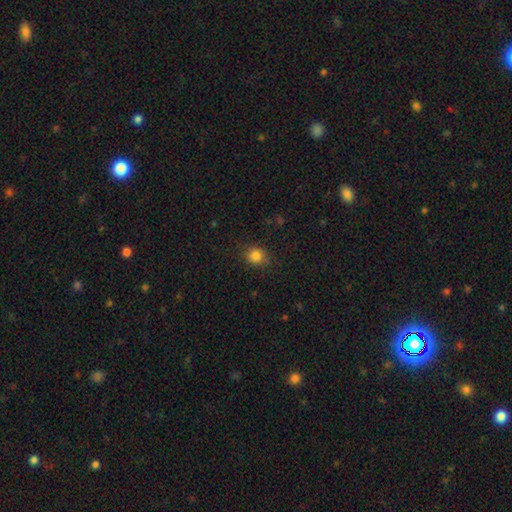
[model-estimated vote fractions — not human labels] Smooth or featured?
  - smooth: 84% *
  - star or artifact: 12%
  - featured or disk: 5%
How rounded?
  - round: 82% *
  - in between: 17%
  - cigar-shaped: 1%
Merging?
  - none: 85% *
  - minor disturbance: 11%
  - major disturbance: 3%
  - merger: 1%